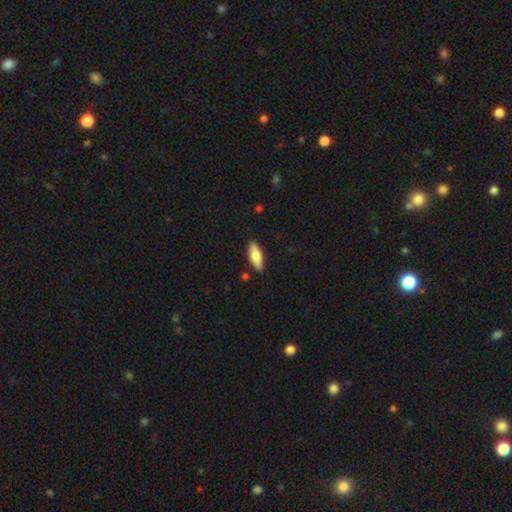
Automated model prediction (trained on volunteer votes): A smooth galaxy with no disk features (77%) that is in between round and cigar-shaped (72%).

Vote fractions:
- Smooth or featured? smooth: 77% / featured or disk: 17% / star or artifact: 6%
- How rounded? in between: 72% / cigar-shaped: 26% / round: 2%
- Merging? none: 87% / minor disturbance: 9% / major disturbance: 2% / merger: 2%